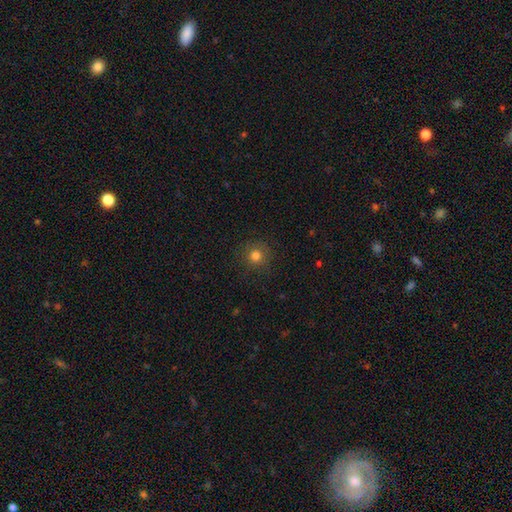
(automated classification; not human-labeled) Smooth or featured? Predicted: smooth (p=0.80). How rounded? Predicted: round (p=0.94). Merging? Predicted: none (p=0.88).